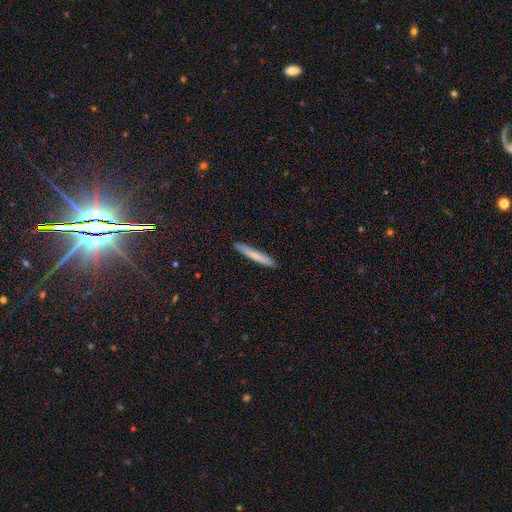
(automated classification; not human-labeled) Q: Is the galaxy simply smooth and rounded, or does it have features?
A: smooth — 72%.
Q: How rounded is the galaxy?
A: cigar-shaped — 96%.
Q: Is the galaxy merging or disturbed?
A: none — 88%.